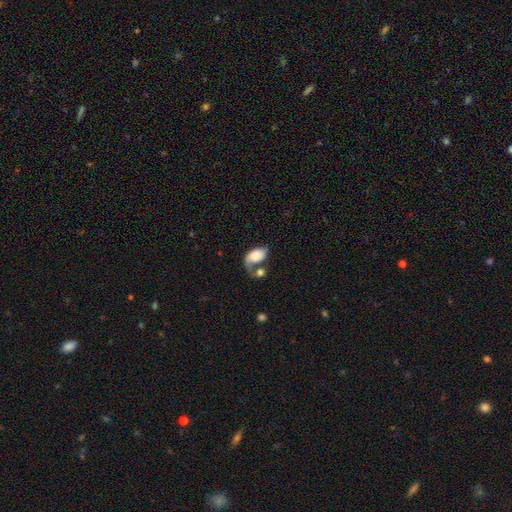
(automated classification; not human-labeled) A smooth galaxy with no disk features (57%) that is in between round and cigar-shaped (84%). Merging: merger (32%).